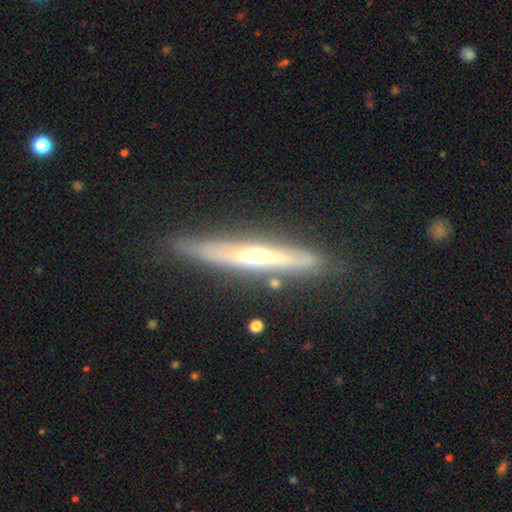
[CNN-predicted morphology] A featured or disk galaxy (74%) viewed edge-on (92%) with a rounded central bulge (76%).

Vote fractions:
- Smooth or featured? featured or disk: 74% / smooth: 20% / star or artifact: 6%
- Edge-on disk? yes: 92% / no: 8%
- Edge-on bulge? rounded: 76% / none: 20% / boxy: 4%
- Merging? none: 81% / minor disturbance: 14% / major disturbance: 3% / merger: 2%